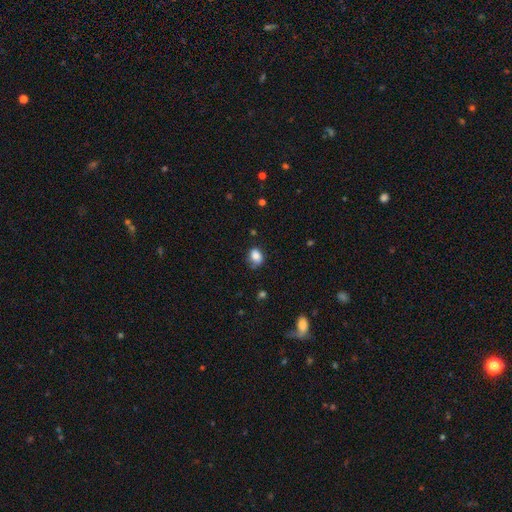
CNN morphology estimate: smooth 82%, star or artifact 9%, featured or disk 9%. Down the decision tree: how rounded — in between (61%); merging — none (56%).